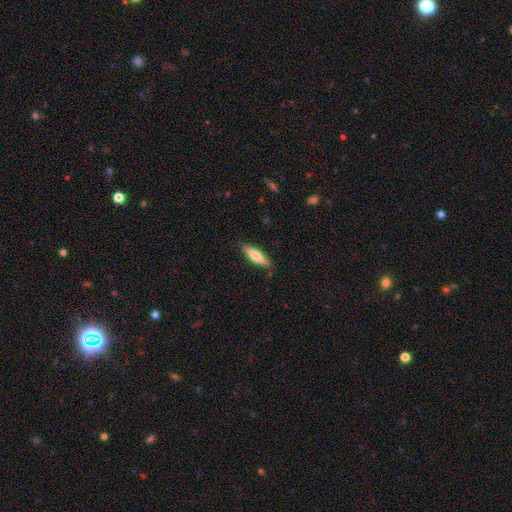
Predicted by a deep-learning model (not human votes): Smooth or featured? smooth (68%)
How rounded? cigar-shaped (64%)
Merging? none (86%)